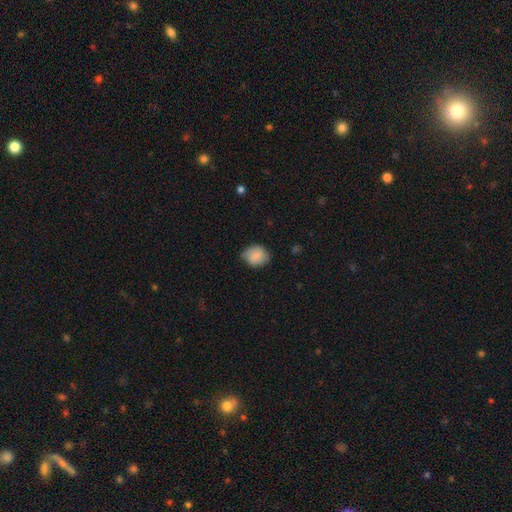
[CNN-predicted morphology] type=smooth (81%); roundness=round (57%); merging=none (69%).